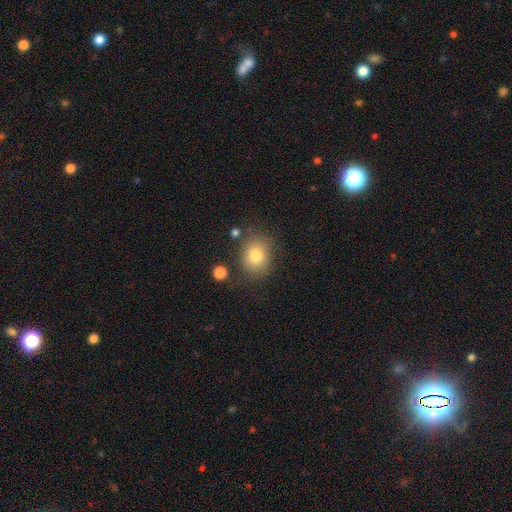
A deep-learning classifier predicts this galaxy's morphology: Smooth or featured?
  - smooth: 79% *
  - star or artifact: 11%
  - featured or disk: 10%
How rounded?
  - round: 63% *
  - in between: 36%
  - cigar-shaped: 1%
Merging?
  - none: 77% *
  - minor disturbance: 14%
  - merger: 5%
  - major disturbance: 5%